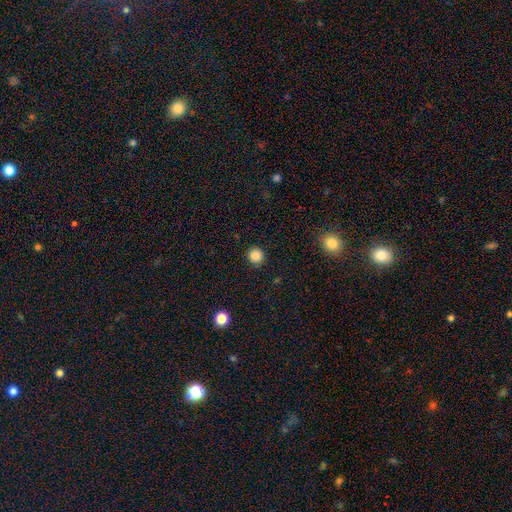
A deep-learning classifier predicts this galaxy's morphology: This is clearly a smooth galaxy (85%). How rounded: clearly round (91%). Merging: clearly none (90%).